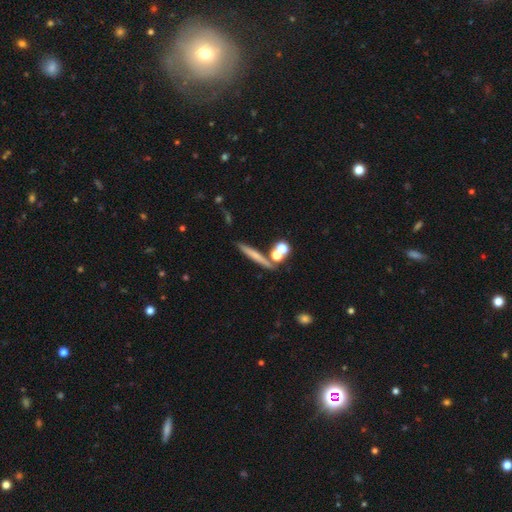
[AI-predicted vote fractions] Smooth or featured?
  - smooth: 56% *
  - featured or disk: 33%
  - star or artifact: 12%
How rounded?
  - cigar-shaped: 77% *
  - round: 13%
  - in between: 10%
Merging?
  - none: 72% *
  - merger: 14%
  - minor disturbance: 10%
  - major disturbance: 4%